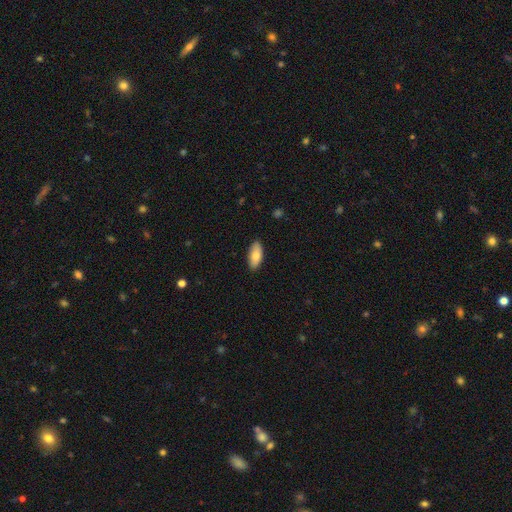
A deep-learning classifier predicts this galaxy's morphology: Smooth or featured: smooth — 81% (featured or disk — 13%)
How rounded: in between — 88% (cigar-shaped — 10%)
Merging: none — 88% (minor disturbance — 9%)